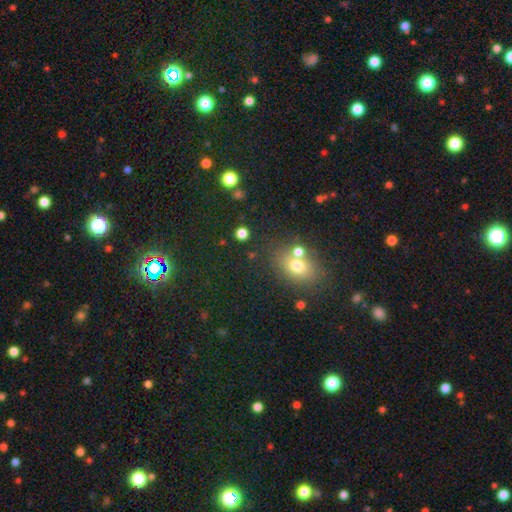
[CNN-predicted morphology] smooth 51%, star or artifact 38%, featured or disk 11%. Down the decision tree: how rounded — round (53%); merging — none (67%).